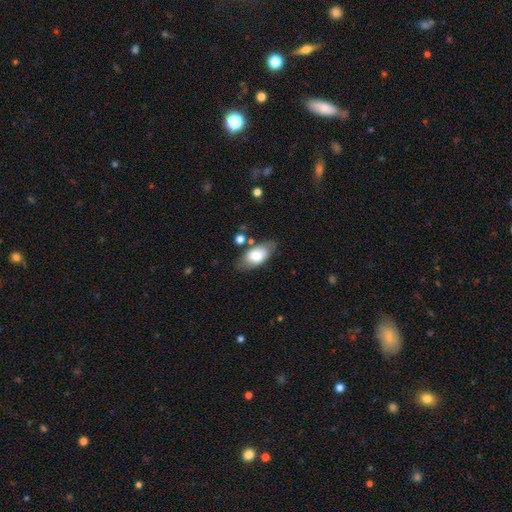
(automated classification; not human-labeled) Smooth or featured: smooth — 71% (featured or disk — 22%)
How rounded: in between — 90% (round — 6%)
Merging: none — 73% (minor disturbance — 17%)